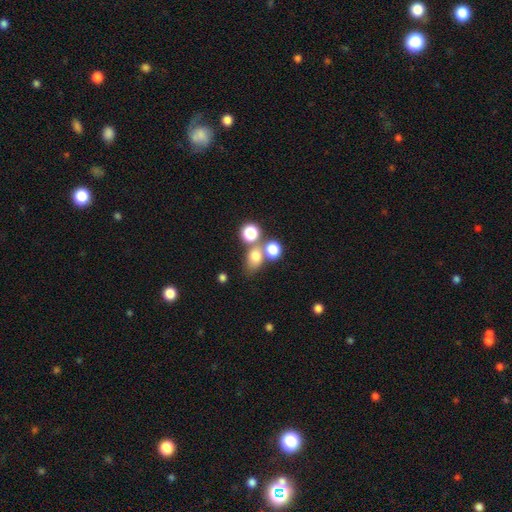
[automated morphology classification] type=smooth (72%); roundness=in between (53%); merging=none (48%).